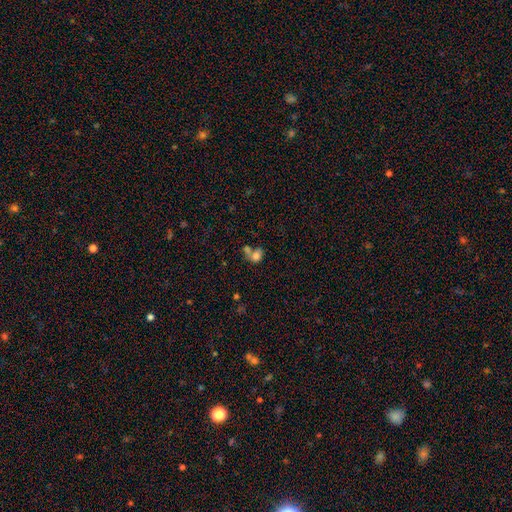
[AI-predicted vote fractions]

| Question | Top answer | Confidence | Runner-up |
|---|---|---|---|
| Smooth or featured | smooth | 54% | star or artifact (31%) |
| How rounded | round | 60% | in between (38%) |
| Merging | none | 43% | merger (39%) |